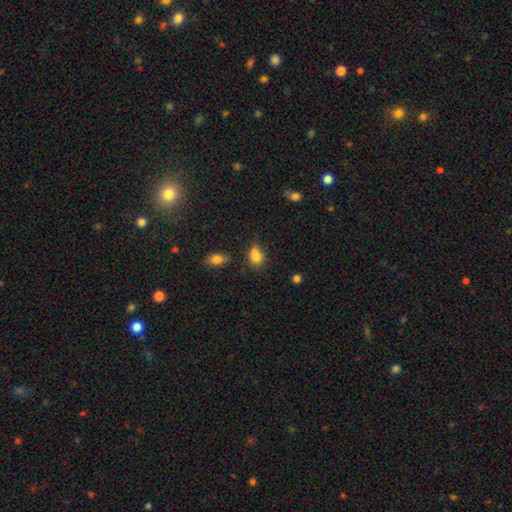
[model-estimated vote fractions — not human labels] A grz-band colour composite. It shows a smooth galaxy with no disk features (83%) that is in between round and cigar-shaped (76%). Merging: none (56%).